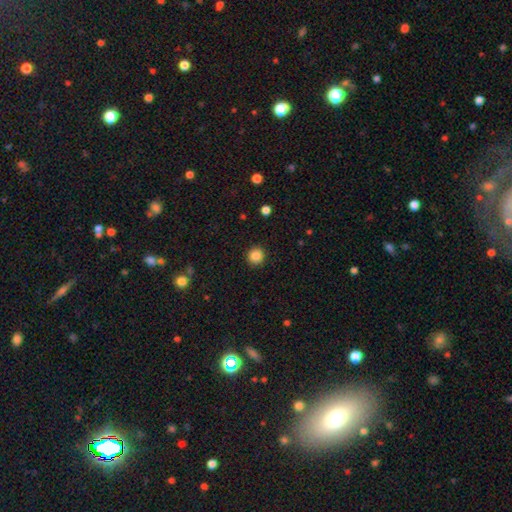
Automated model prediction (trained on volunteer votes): Morphology: type=smooth (86%); roundness=round (94%); merging=none (92%).